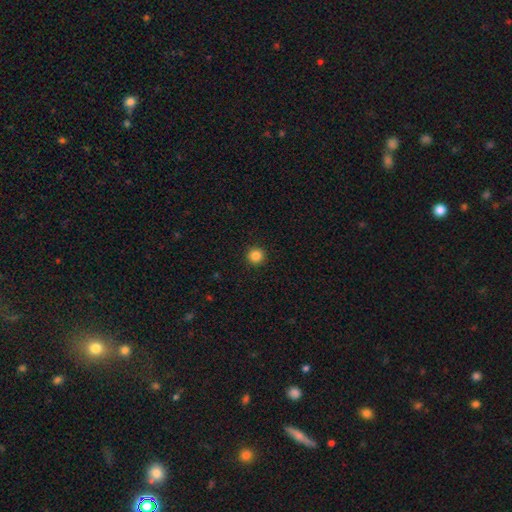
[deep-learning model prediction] Overall: smooth (85%). How rounded: round (96%). Merging: none (94%).